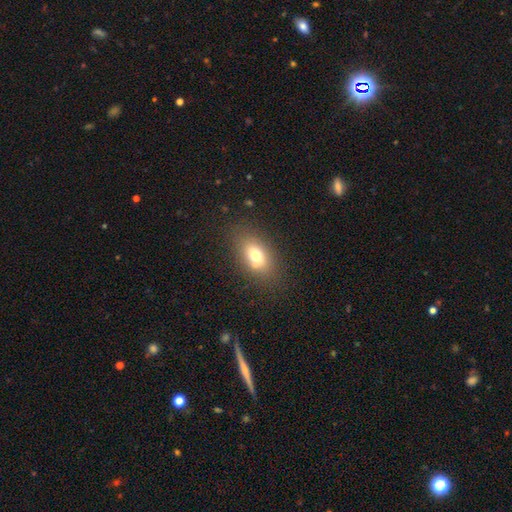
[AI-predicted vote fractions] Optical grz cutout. It shows a smooth galaxy with no disk features (71%) that is in between round and cigar-shaped (83%). Merging: none (80%).